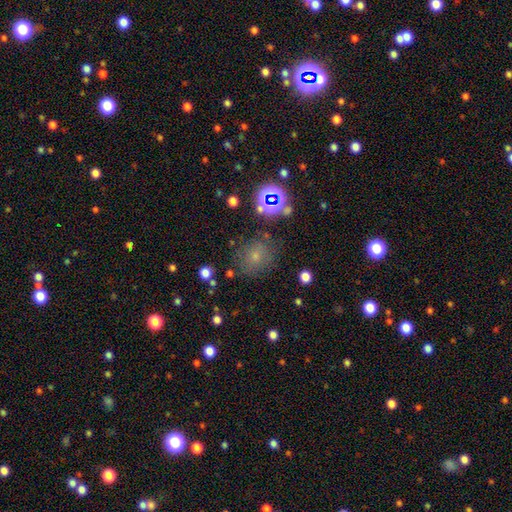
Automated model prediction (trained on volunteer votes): Smooth or featured? smooth (60%)
How rounded? round (74%)
Merging? none (76%)